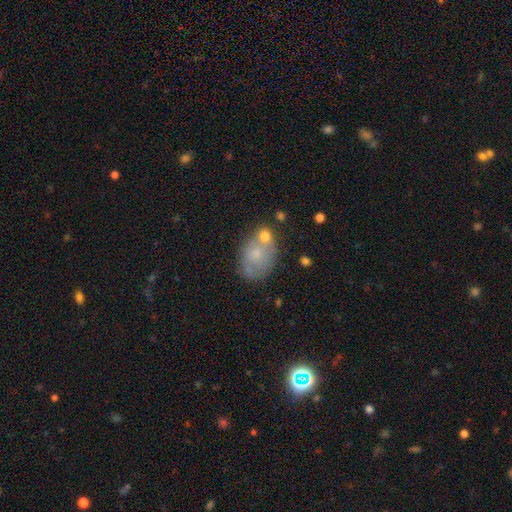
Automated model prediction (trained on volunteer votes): This appears to be a smooth galaxy with no disk features (61%) that is in between round and cigar-shaped (68%). Merging: none (43%).